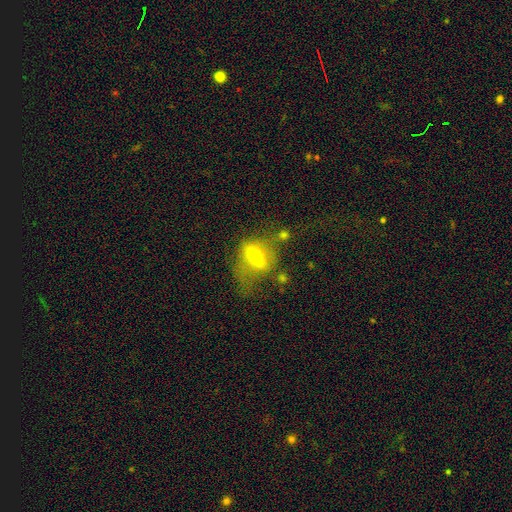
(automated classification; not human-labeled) Smooth or featured?
  - smooth: 46% *
  - featured or disk: 43%
  - star or artifact: 11%
Merging?
  - none: 43% *
  - major disturbance: 29%
  - minor disturbance: 22%
  - merger: 6%